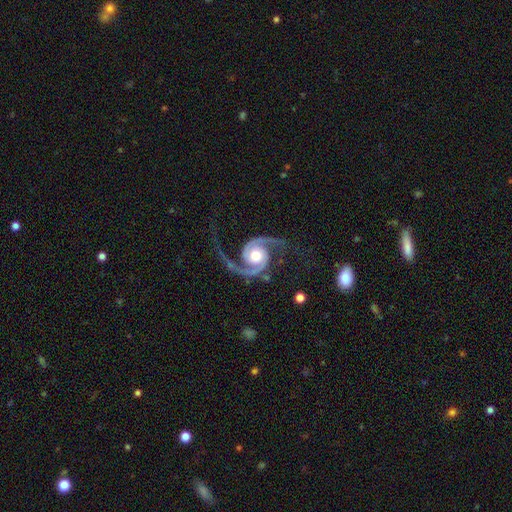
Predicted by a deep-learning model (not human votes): Morphology: type=featured or disk (94%); edge-on=no (98%); bar=no (72%); spiral arms=yes (99%); winding=medium (55%); arm count=2 (94%); bulge=moderate (59%); merging=none (71%).